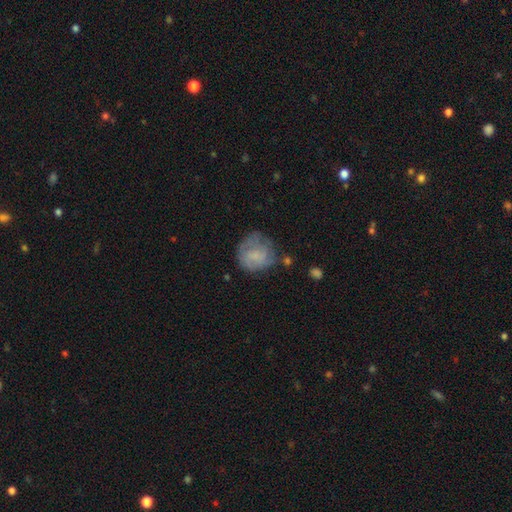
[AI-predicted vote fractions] Morphology: type=smooth (50%); merging=none (55%).